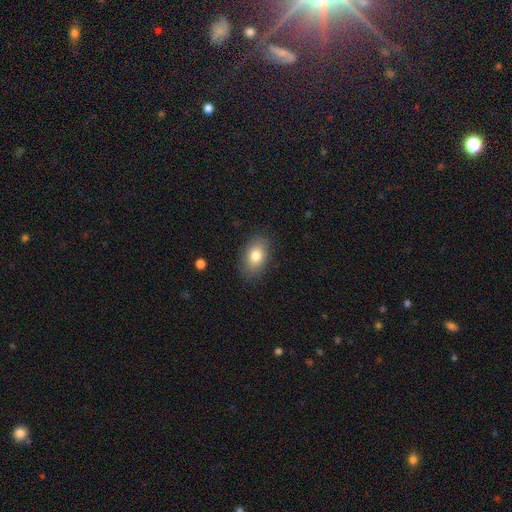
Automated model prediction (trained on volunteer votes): Smooth or featured? Predicted: smooth (p=0.78). How rounded? Predicted: in between (p=0.85). Merging? Predicted: none (p=0.85).